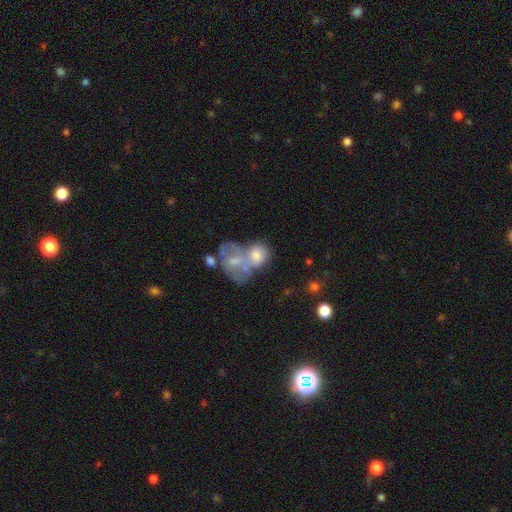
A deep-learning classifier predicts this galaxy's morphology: Overall: smooth (48%; featured or disk 40%). Merging: merger (66%).